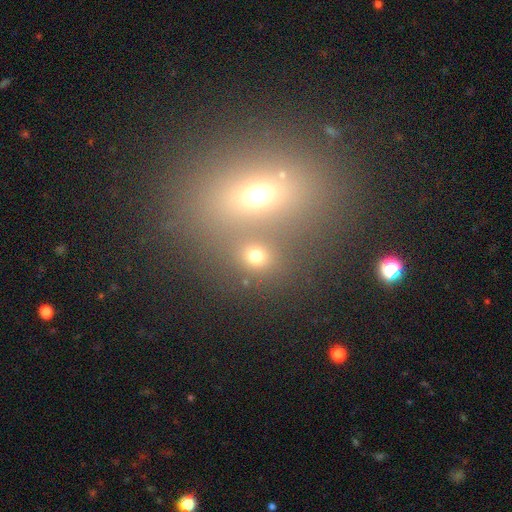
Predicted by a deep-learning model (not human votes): Smooth or featured?
  - smooth: 69% *
  - star or artifact: 23%
  - featured or disk: 8%
How rounded?
  - round: 74% *
  - in between: 25%
  - cigar-shaped: 1%
Merging?
  - none: 62% *
  - merger: 26%
  - minor disturbance: 7%
  - major disturbance: 5%